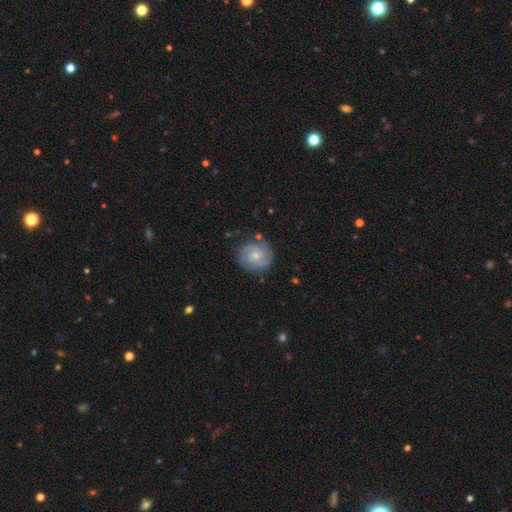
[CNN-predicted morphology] This is likely a featured or disk galaxy (69%). It is clearly not viewed edge-on (98%). Bar: likely no (69%). Spiral arm pattern: clearly yes (92%). Spiral arm count: possibly 2 (46%). Spiral winding: possibly tight (58%). Central bulge: possibly small (58%). Merging: likely none (80%).